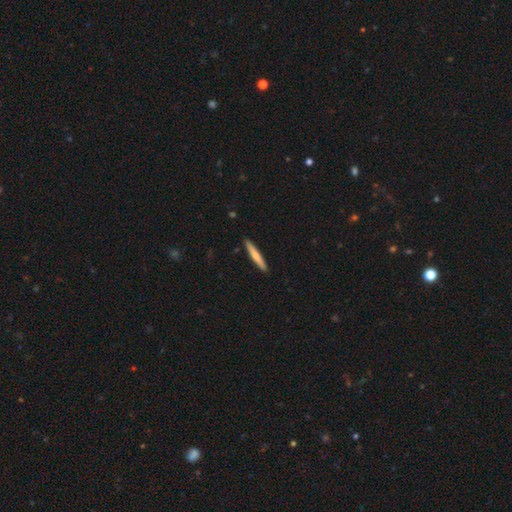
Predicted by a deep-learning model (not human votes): Smooth or featured?
  - smooth: 66% *
  - featured or disk: 29%
  - star or artifact: 5%
How rounded?
  - cigar-shaped: 94% *
  - in between: 4%
  - round: 1%
Merging?
  - none: 91% *
  - minor disturbance: 6%
  - major disturbance: 1%
  - merger: 1%